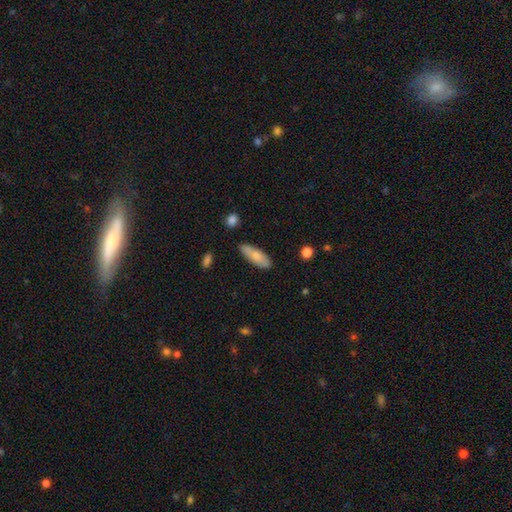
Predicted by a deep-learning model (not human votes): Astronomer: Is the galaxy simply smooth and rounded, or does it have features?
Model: smooth — 75%.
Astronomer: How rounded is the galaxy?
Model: in between — 63%.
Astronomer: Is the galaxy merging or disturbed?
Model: none — 80%.